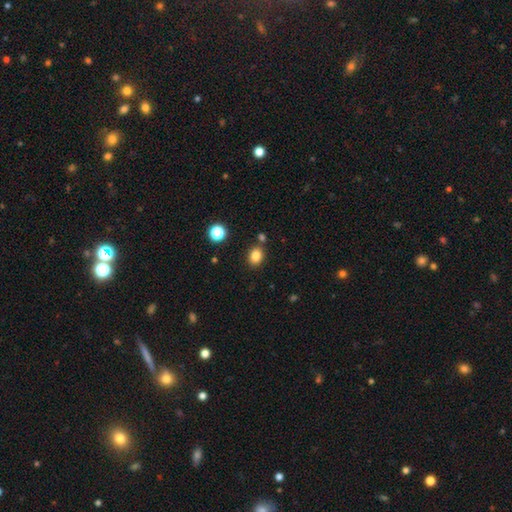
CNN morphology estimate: Smooth or featured: smooth — 83% (star or artifact — 12%)
How rounded: in between — 53% (round — 46%)
Merging: none — 79% (minor disturbance — 10%)